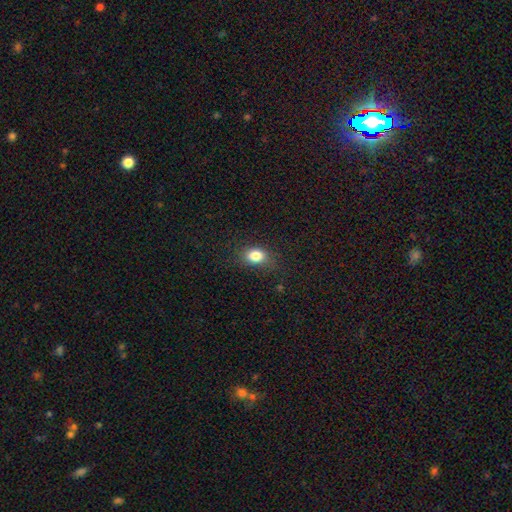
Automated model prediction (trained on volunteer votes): smooth 83%, star or artifact 11%, featured or disk 7%. Down the decision tree: how rounded — in between (66%); merging — none (79%).